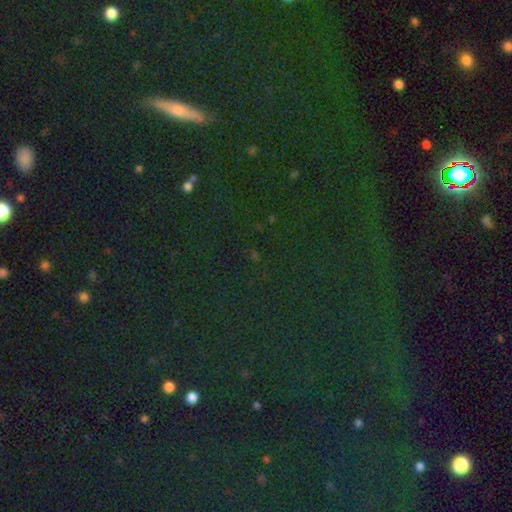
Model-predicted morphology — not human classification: Overall: star or artifact (69%).